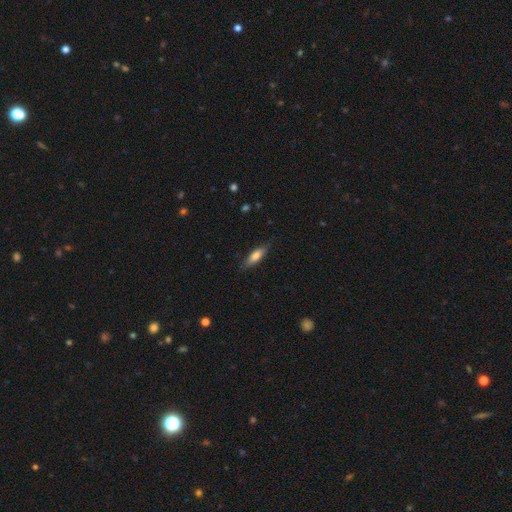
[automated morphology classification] Smooth or featured? smooth (72%)
How rounded? cigar-shaped (50%)
Merging? none (81%)